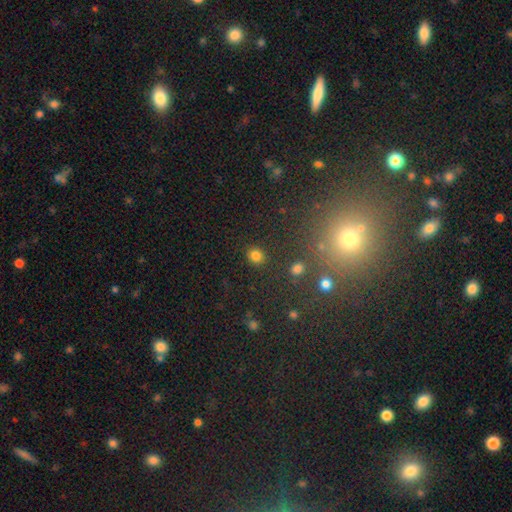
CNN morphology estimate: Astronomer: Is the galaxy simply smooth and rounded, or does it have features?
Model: smooth — 81%.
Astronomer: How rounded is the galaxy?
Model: round — 78%.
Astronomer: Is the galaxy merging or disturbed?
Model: none — 87%.